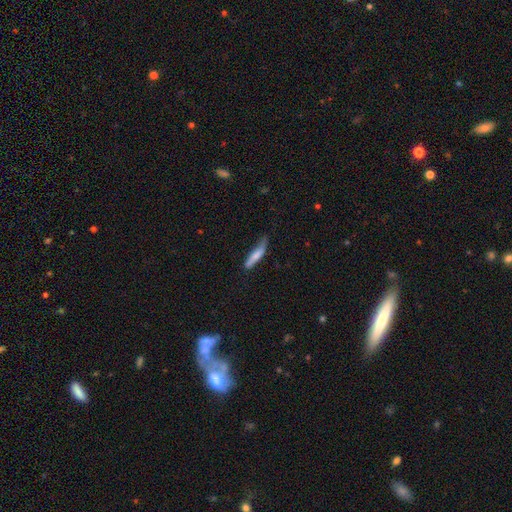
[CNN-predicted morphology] smooth_or_featured: smooth (p=0.68) [alt: featured or disk p=0.26]
how_rounded: cigar-shaped (p=0.83) [alt: in between p=0.16]
merging: none (p=0.52) [alt: minor disturbance p=0.35]